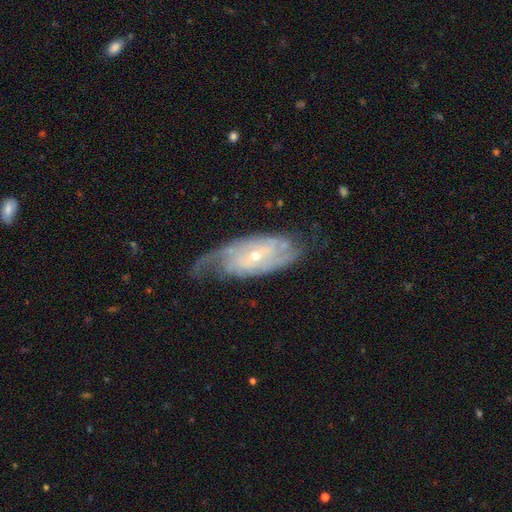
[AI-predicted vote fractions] Overall: featured or disk (83%). Edge-on disk: no (91%). Bar: no (57%; weak 33%). Spiral arms: yes (92%). Spiral arm count: 2 (48%; can't tell 30%). Spiral winding: tight (45%; medium 38%). Bulge size: small (69%). Merging: none (61%; minor disturbance 24%).